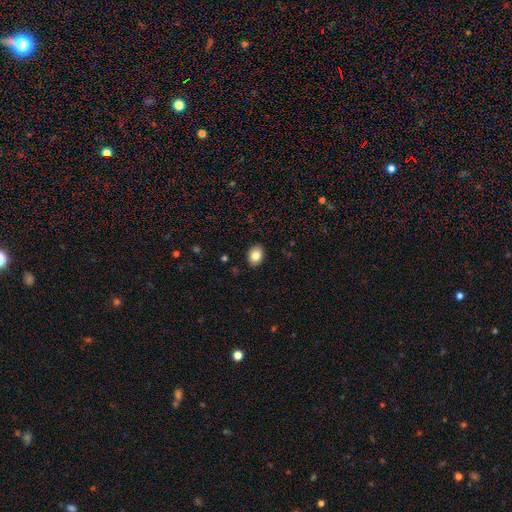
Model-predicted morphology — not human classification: smooth 83%, featured or disk 9%, star or artifact 8%. Down the decision tree: how rounded — in between (72%); merging — none (90%).